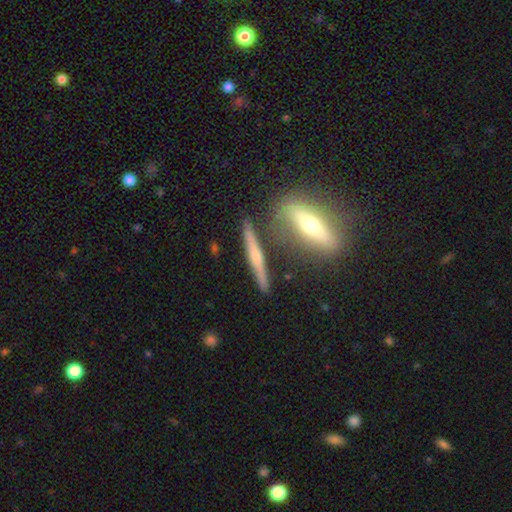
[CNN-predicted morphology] Overall: featured or disk (62%; smooth 30%). Edge-on disk: yes (95%). Edge-on bulge: rounded (75%). Merging: none (78%).